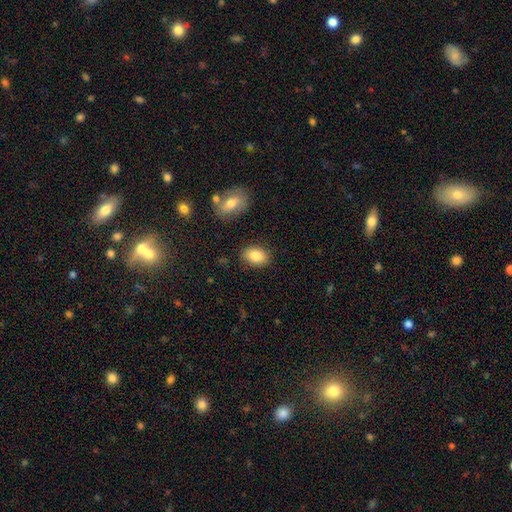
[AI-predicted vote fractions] Smooth or featured? smooth (86%)
How rounded? in between (81%)
Merging? none (84%)